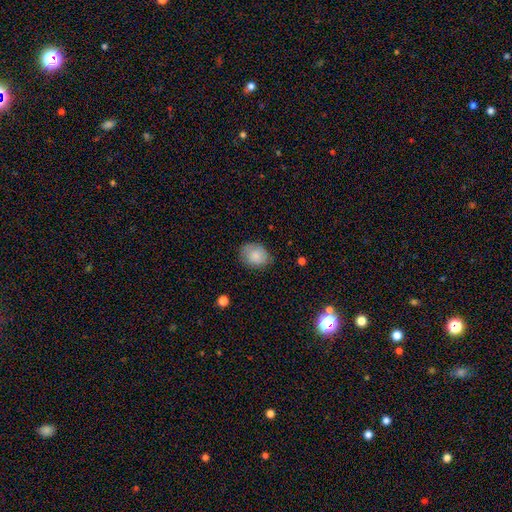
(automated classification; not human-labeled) Smooth or featured: smooth — 83% (featured or disk — 10%)
How rounded: in between — 57% (round — 42%)
Merging: none — 72% (minor disturbance — 22%)